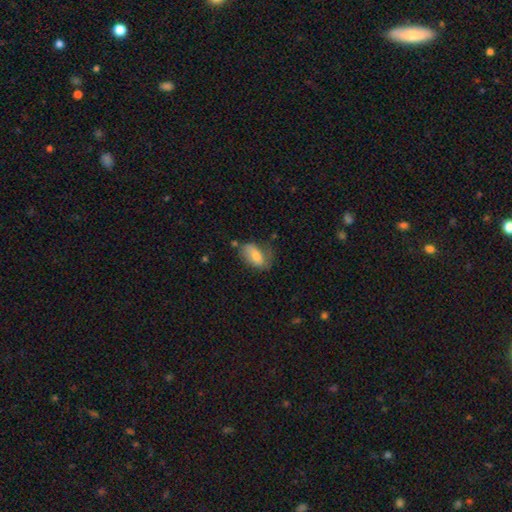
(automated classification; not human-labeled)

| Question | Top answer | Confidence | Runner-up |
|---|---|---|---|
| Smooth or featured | smooth | 62% | featured or disk (30%) |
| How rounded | in between | 89% | round (7%) |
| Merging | none | 48% | minor disturbance (31%) |